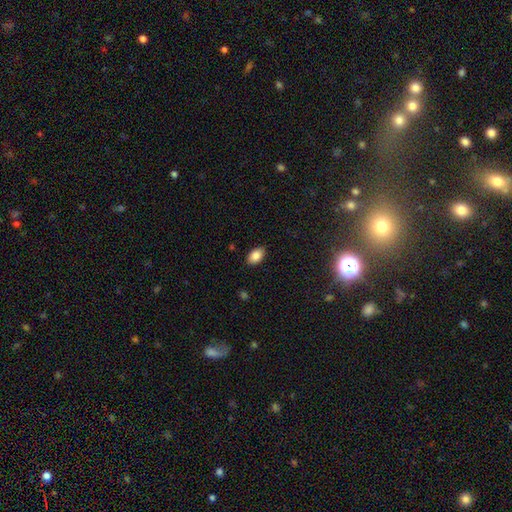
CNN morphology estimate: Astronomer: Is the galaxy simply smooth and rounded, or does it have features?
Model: smooth — 86%.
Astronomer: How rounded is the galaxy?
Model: in between — 91%.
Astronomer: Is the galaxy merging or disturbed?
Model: none — 87%.